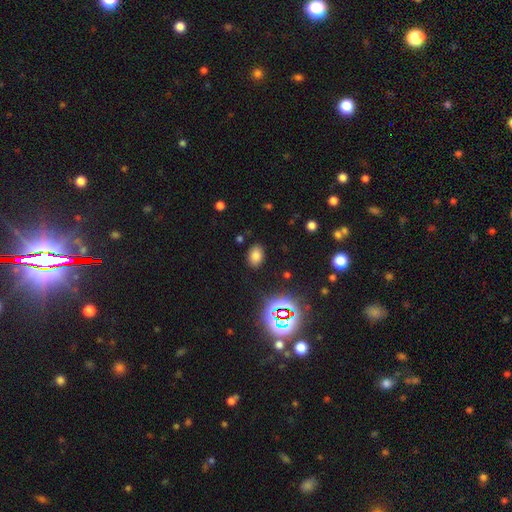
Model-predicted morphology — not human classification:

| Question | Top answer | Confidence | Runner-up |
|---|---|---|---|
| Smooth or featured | smooth | 73% | star or artifact (20%) |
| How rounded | in between | 80% | round (19%) |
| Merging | none | 85% | minor disturbance (10%) |